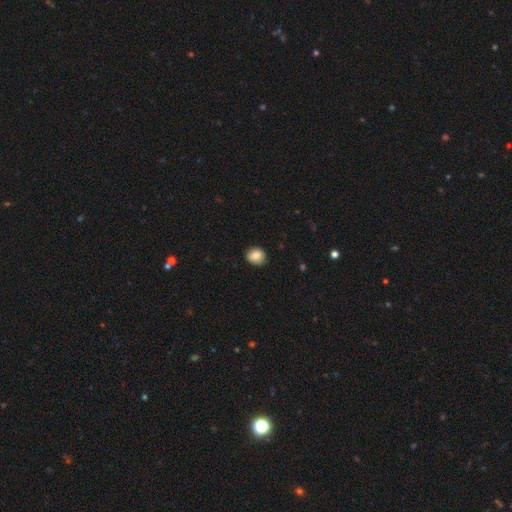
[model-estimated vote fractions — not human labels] The model was most divided on "how rounded": round: 68%, in between: 31%, cigar-shaped: 1%. More confident: merging — none (88%); smooth or featured — smooth (84%).